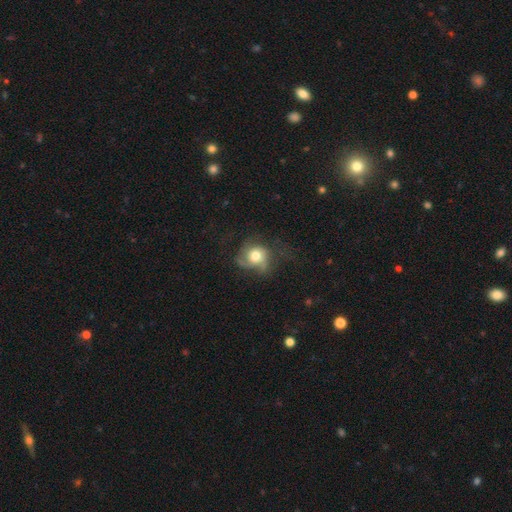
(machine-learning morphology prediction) Q: Smooth or featured?
A: featured or disk (47%); runner-up: smooth (44%)
Q: Merging?
A: none (47%); runner-up: major disturbance (27%)